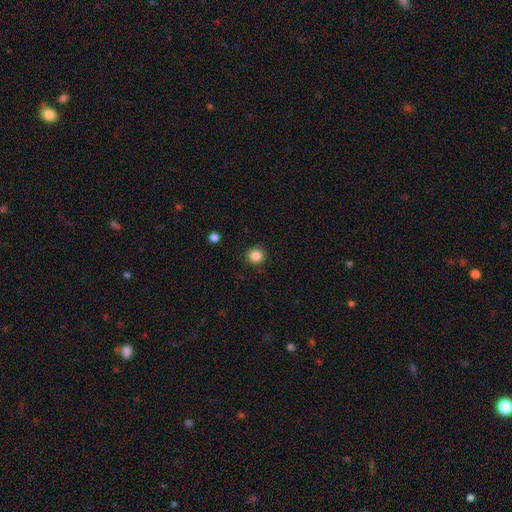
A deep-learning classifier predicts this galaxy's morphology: smooth-or-featured: smooth: 86% | star or artifact: 11% | featured or disk: 4%
  how-rounded: round: 93% | in between: 6% | cigar-shaped: 1%
  merging: none: 90% | minor disturbance: 7% | major disturbance: 2% | merger: 1%